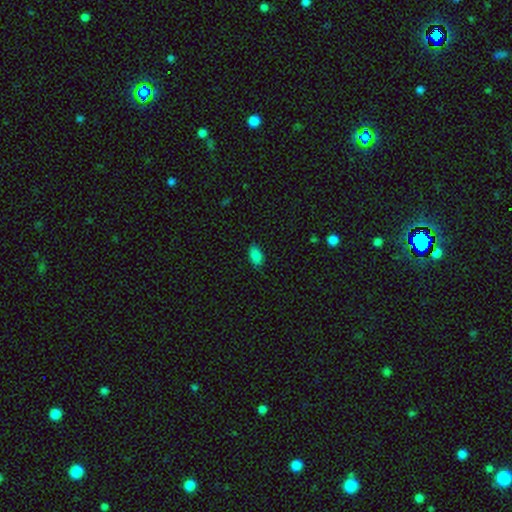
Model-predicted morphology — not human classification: smooth-or-featured: smooth: 86% | star or artifact: 9% | featured or disk: 5%
  how-rounded: in between: 93% | round: 4% | cigar-shaped: 3%
  merging: none: 80% | minor disturbance: 16% | major disturbance: 3% | merger: 1%